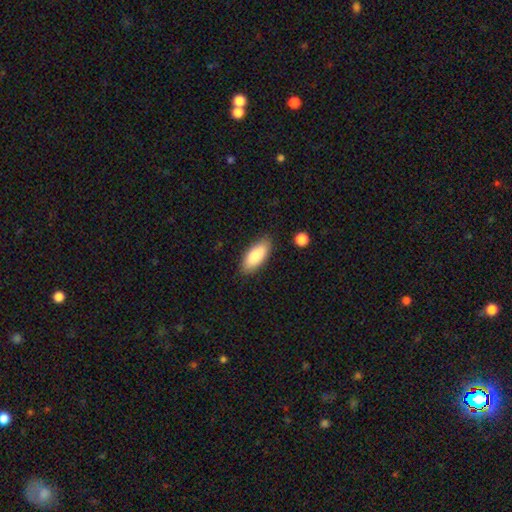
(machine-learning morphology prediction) A smooth galaxy with no disk features (85%) that is in between round and cigar-shaped (80%). Merging: none (86%).